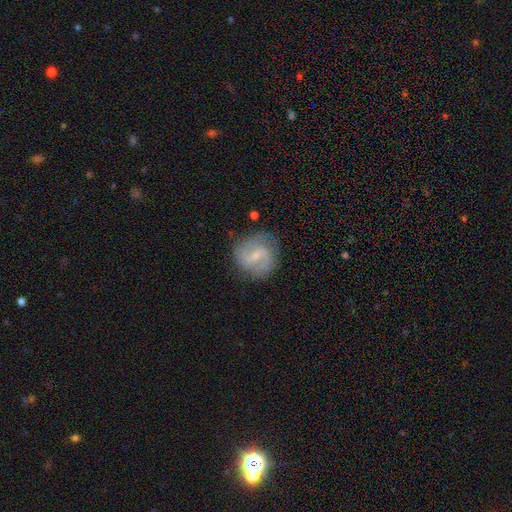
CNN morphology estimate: A featured or disk galaxy (85%) with a weak bar (55%), 2 (91%) medium (55%) spiral arms (96%) and a small central bulge (71%).

Vote fractions:
- Smooth or featured? featured or disk: 85% / smooth: 10% / star or artifact: 5%
- Edge-on disk? no: 98% / yes: 2%
- Bar? weak: 55% / no: 29% / strong: 16%
- Spiral arms? yes: 96% / no: 4%
- Spiral winding? medium: 55% / loose: 24% / tight: 21%
- Spiral arm count? 2: 91% / can't tell: 4% / 3: 2% / 1: 1% / 4: 1% / more than 4: 1%
- Bulge size? small: 71% / moderate: 22% / none: 5% / large: 1% / dominant: 1%
- Merging? none: 82% / minor disturbance: 13% / major disturbance: 4% / merger: 1%